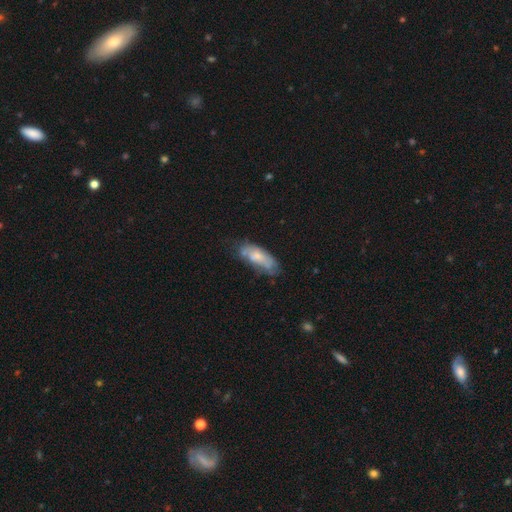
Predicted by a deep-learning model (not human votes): A smooth galaxy with no disk features (57%) that is in between round and cigar-shaped (74%). Merging: none (49%).